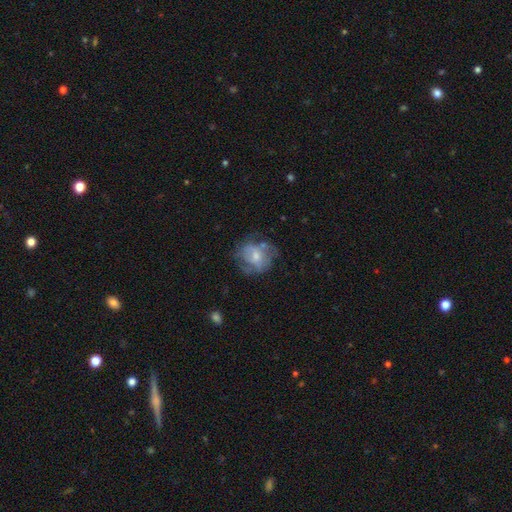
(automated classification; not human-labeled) Smooth or featured?
  - featured or disk: 49% *
  - smooth: 43%
  - star or artifact: 8%
Merging?
  - none: 47% *
  - minor disturbance: 27%
  - major disturbance: 22%
  - merger: 4%